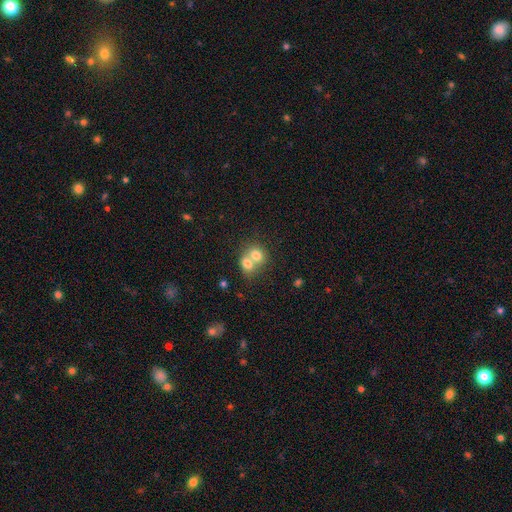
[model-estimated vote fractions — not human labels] Q: Smooth or featured?
A: smooth (72%); runner-up: featured or disk (18%)
Q: How rounded?
A: round (61%); runner-up: in between (38%)
Q: Merging?
A: merger (72%); runner-up: none (21%)